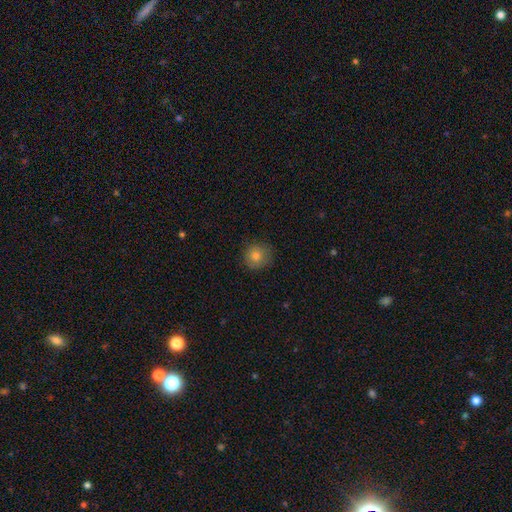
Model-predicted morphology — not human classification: smooth_or_featured: smooth (p=0.78) [alt: star or artifact p=0.12]
how_rounded: round (p=0.91) [alt: in between p=0.08]
merging: none (p=0.85) [alt: minor disturbance p=0.11]